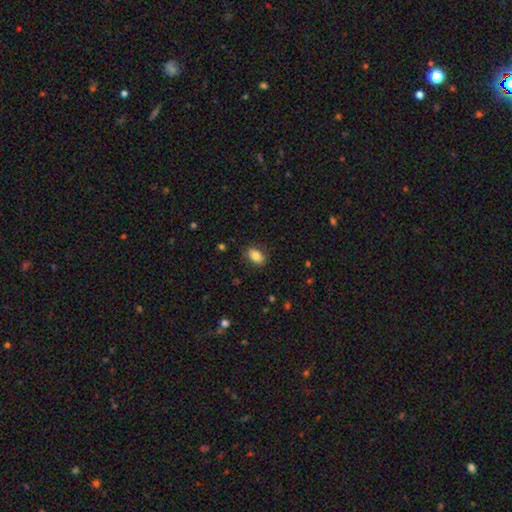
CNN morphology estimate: Q: Smooth or featured?
A: smooth (84%); runner-up: star or artifact (8%)
Q: How rounded?
A: in between (85%); runner-up: round (13%)
Q: Merging?
A: none (84%); runner-up: minor disturbance (11%)